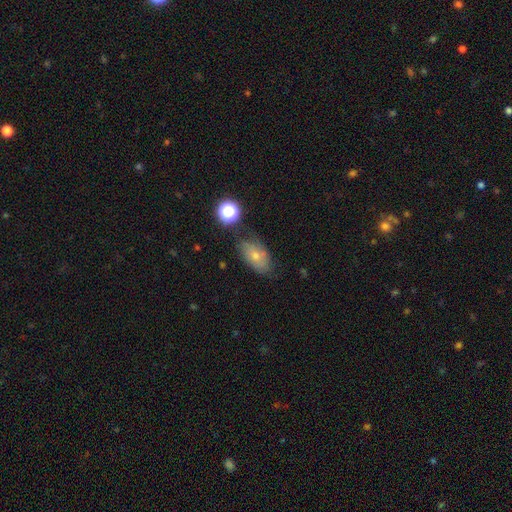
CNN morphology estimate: Overall: smooth (65%). How rounded: in between (88%). Merging: none (62%; minor disturbance 25%).